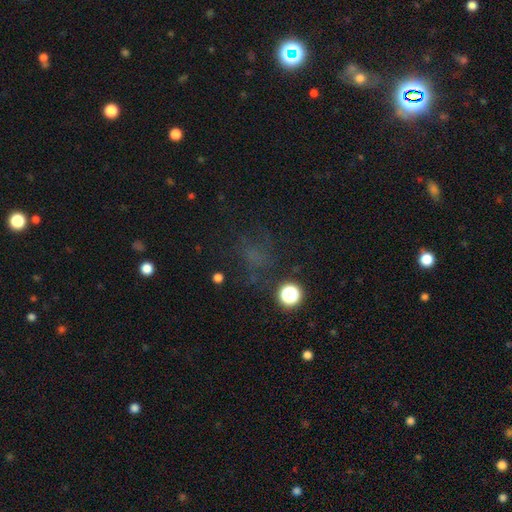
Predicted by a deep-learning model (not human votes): smooth 44%, star or artifact 41%, featured or disk 16%. Down the decision tree: merging — none (63%).